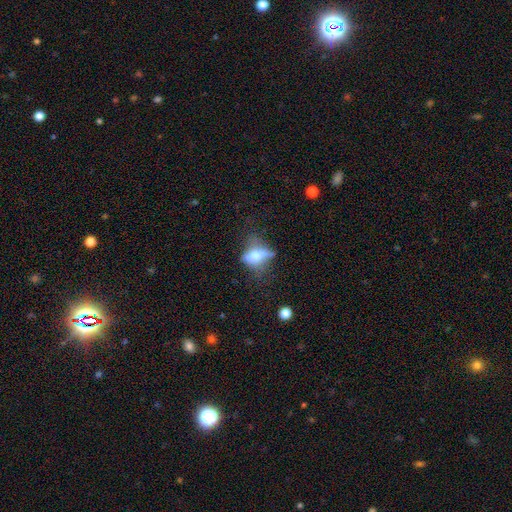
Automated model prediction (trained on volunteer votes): Smooth or featured?
  - smooth: 46% *
  - featured or disk: 42%
  - star or artifact: 12%
Merging?
  - none: 45% *
  - minor disturbance: 26%
  - major disturbance: 26%
  - merger: 4%